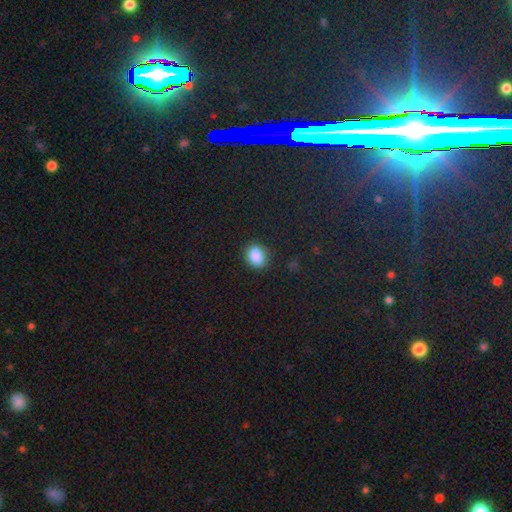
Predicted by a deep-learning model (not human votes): A smooth galaxy with no disk features (87%) that is in between round and cigar-shaped (59%).

Vote fractions:
- Smooth or featured? smooth: 87% / star or artifact: 10% / featured or disk: 4%
- How rounded? in between: 59% / round: 40% / cigar-shaped: 1%
- Merging? none: 81% / minor disturbance: 14% / major disturbance: 3% / merger: 2%